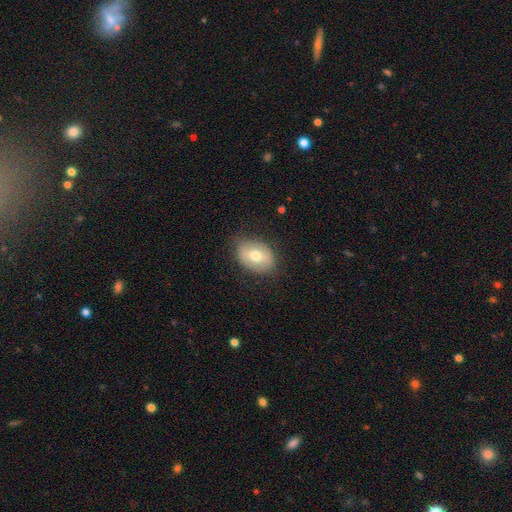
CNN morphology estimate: type=smooth (61%); roundness=in between (76%); merging=none (80%).